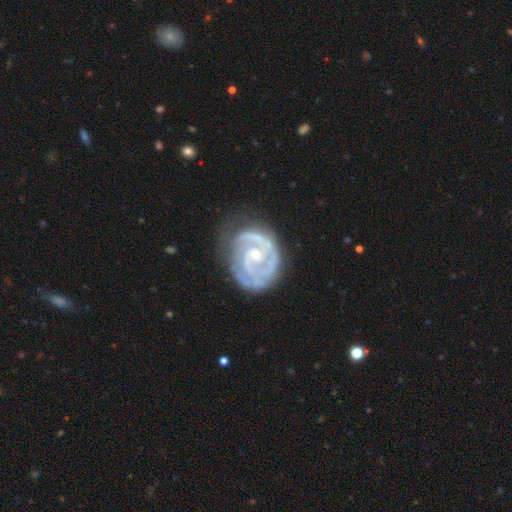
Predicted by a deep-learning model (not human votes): This is clearly a featured or disk galaxy (87%). It is clearly not viewed edge-on (98%). Bar: likely no (64%). Spiral arm pattern: clearly yes (93%). Spiral arm count: possibly 2 (47%). Spiral winding: likely tight (66%). Central bulge: possibly small (59%). Merging: likely none (61%).